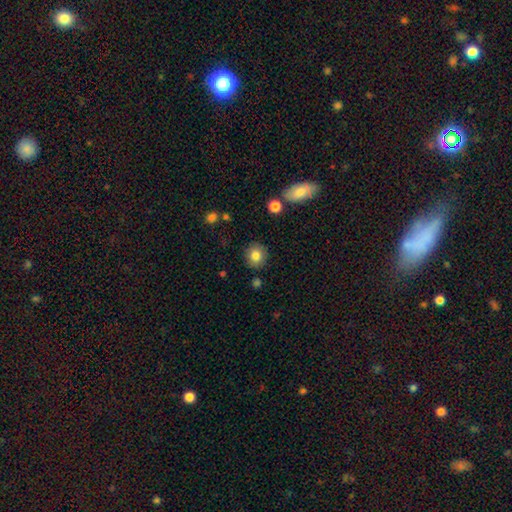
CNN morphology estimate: A smooth galaxy with no disk features (82%) that is round (83%).

Vote fractions:
- Smooth or featured? smooth: 82% / star or artifact: 10% / featured or disk: 9%
- How rounded? round: 83% / in between: 16% / cigar-shaped: 1%
- Merging? none: 87% / minor disturbance: 8% / major disturbance: 2% / merger: 2%